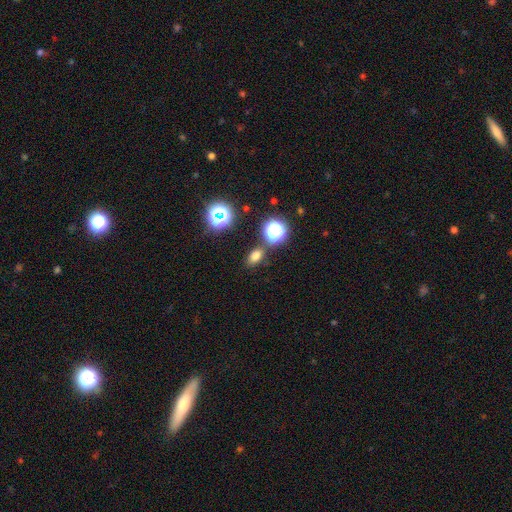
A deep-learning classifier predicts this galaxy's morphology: smooth-or-featured: smooth: 71% | star or artifact: 22% | featured or disk: 7%
  how-rounded: in between: 75% | round: 23% | cigar-shaped: 3%
  merging: none: 80% | minor disturbance: 10% | merger: 7% | major disturbance: 3%